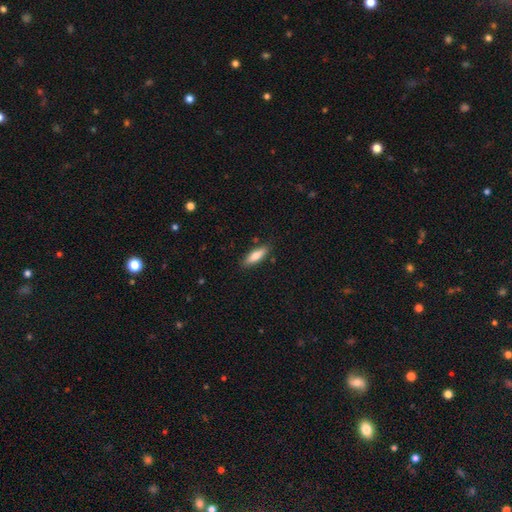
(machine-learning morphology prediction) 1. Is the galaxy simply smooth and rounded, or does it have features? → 78% smooth, 16% featured or disk, 6% star or artifact.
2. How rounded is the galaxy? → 50% in between, 48% cigar-shaped, 2% round.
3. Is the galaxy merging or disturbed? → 85% none, 11% minor disturbance, 2% major disturbance, 2% merger.